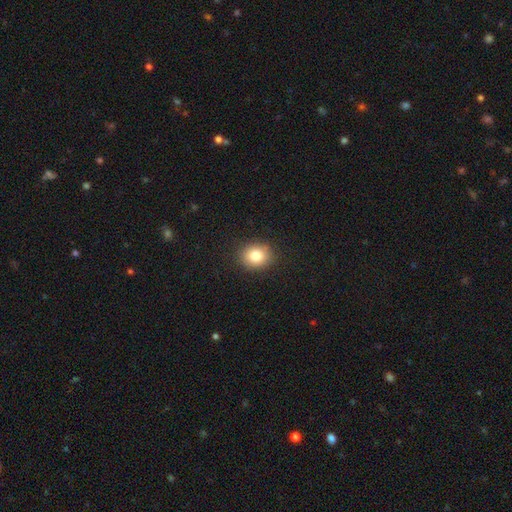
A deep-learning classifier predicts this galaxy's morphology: The model was most divided on "how rounded": round: 64%, in between: 35%, cigar-shaped: 1%. More confident: merging — none (88%); smooth or featured — smooth (83%).